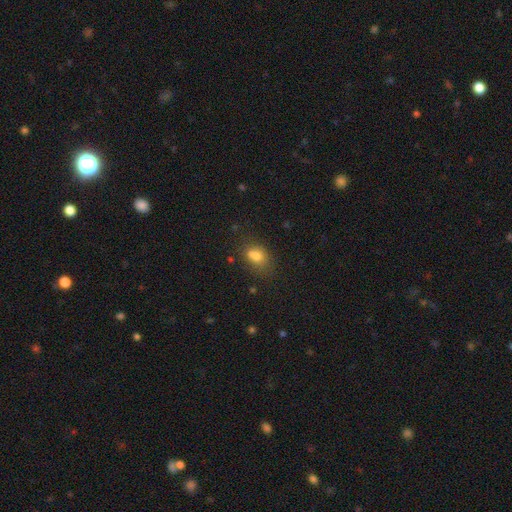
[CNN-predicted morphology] This is likely a smooth galaxy (74%). How rounded: likely in between (66%). Merging: marginally none (43%).